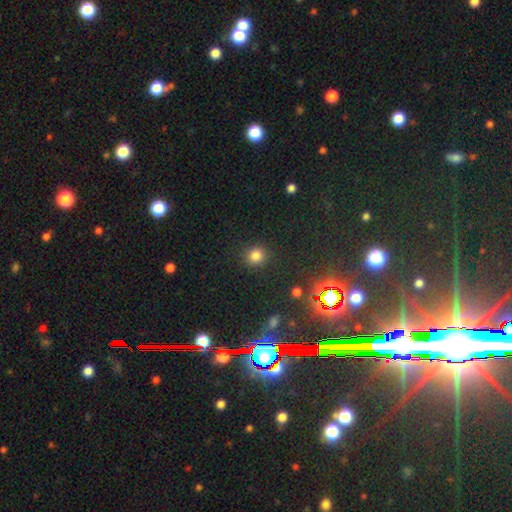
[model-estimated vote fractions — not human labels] A smooth galaxy with no disk features (80%) that is round (90%). Merging: none (89%).